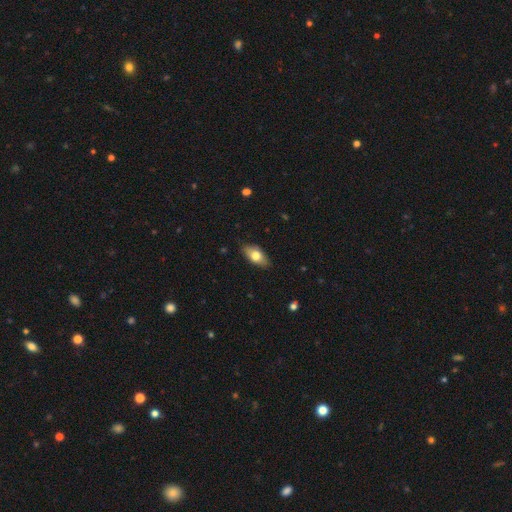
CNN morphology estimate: smooth 73%, featured or disk 21%, star or artifact 6%. Down the decision tree: how rounded — in between (89%); merging — none (85%).